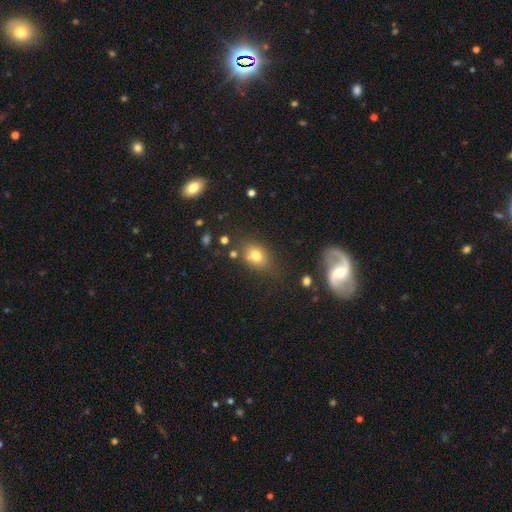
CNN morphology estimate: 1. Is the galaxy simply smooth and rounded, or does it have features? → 74% smooth, 14% star or artifact, 12% featured or disk.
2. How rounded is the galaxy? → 59% in between, 40% round, 2% cigar-shaped.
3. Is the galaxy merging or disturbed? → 65% none, 18% minor disturbance, 9% merger, 7% major disturbance.